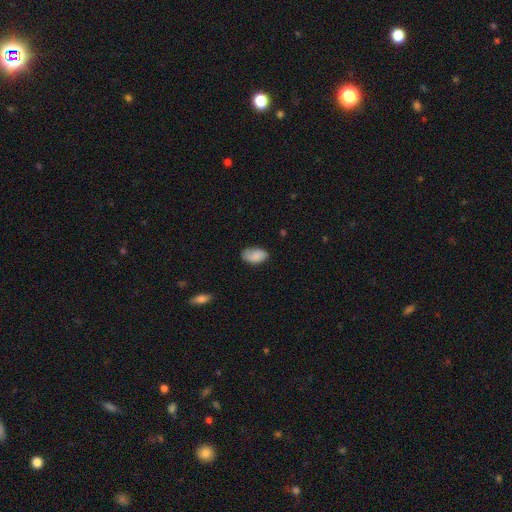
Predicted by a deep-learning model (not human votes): A smooth galaxy with no disk features (84%) that is in between round and cigar-shaped (92%). Merging: none (65%).